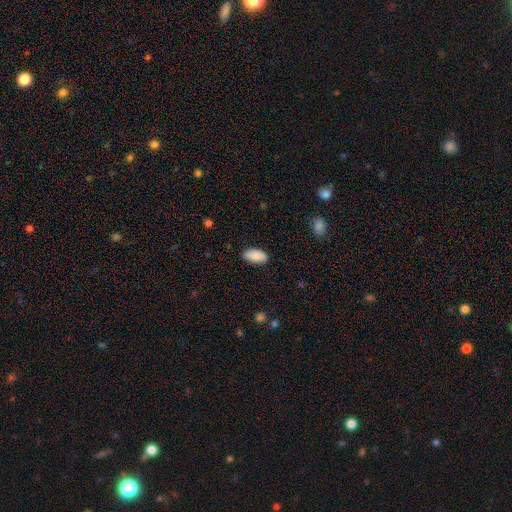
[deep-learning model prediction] A smooth galaxy with no disk features (89%) that is in between round and cigar-shaped (94%). Merging: none (86%).